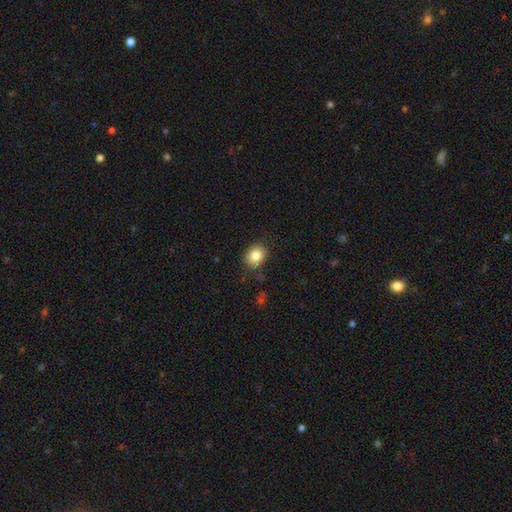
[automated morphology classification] Smooth or featured?
  - smooth: 84% *
  - star or artifact: 9%
  - featured or disk: 7%
How rounded?
  - round: 54% *
  - in between: 45%
  - cigar-shaped: 1%
Merging?
  - none: 82% *
  - minor disturbance: 13%
  - major disturbance: 3%
  - merger: 2%